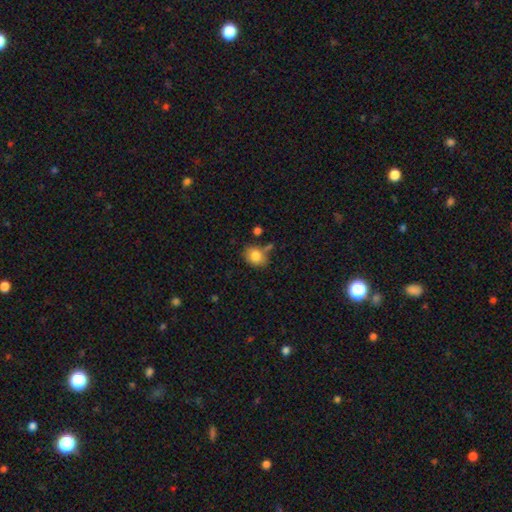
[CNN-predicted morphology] smooth-or-featured: smooth: 82% | featured or disk: 9% | star or artifact: 9%
  how-rounded: round: 54% | in between: 45% | cigar-shaped: 1%
  merging: none: 63% | minor disturbance: 20% | merger: 11% | major disturbance: 6%